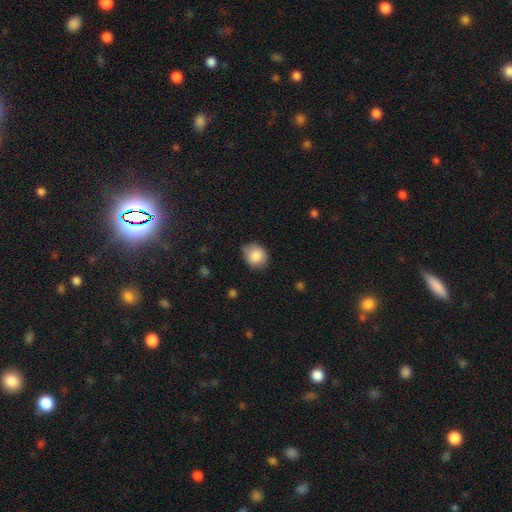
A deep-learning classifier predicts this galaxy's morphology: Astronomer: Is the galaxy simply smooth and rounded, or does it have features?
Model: smooth — 85%.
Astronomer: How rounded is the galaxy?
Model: round — 69%.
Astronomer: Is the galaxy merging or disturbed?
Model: none — 73%.